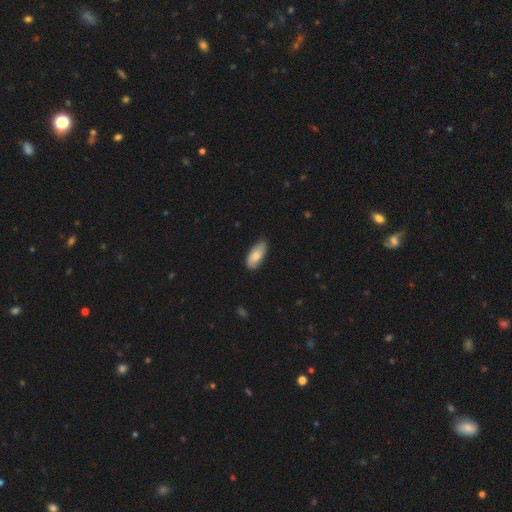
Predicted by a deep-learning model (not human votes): This is likely a smooth galaxy (80%). How rounded: clearly in between (90%). Merging: likely none (76%).